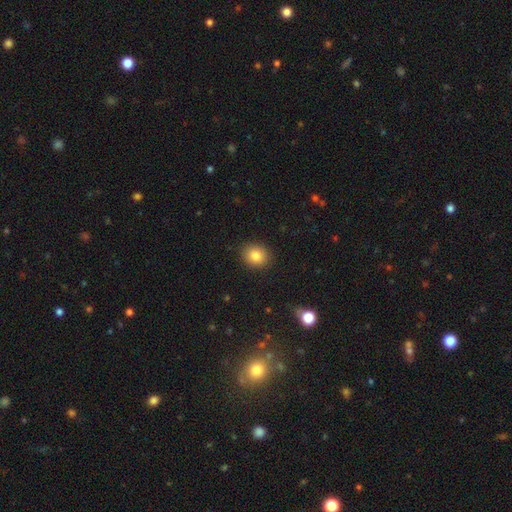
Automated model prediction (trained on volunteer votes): Smooth or featured? smooth (83%)
How rounded? round (71%)
Merging? none (90%)